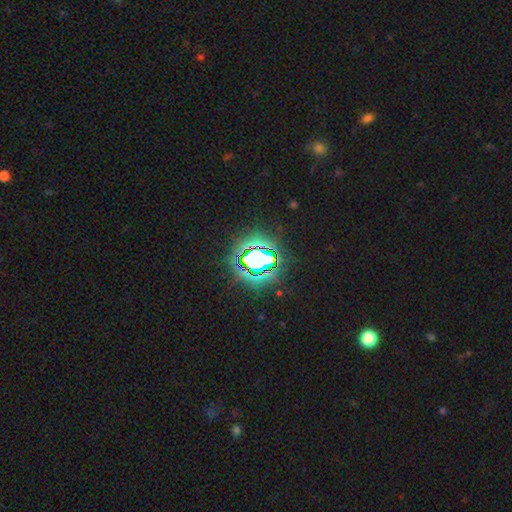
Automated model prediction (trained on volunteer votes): A star or artifact, not a galaxy (71%).